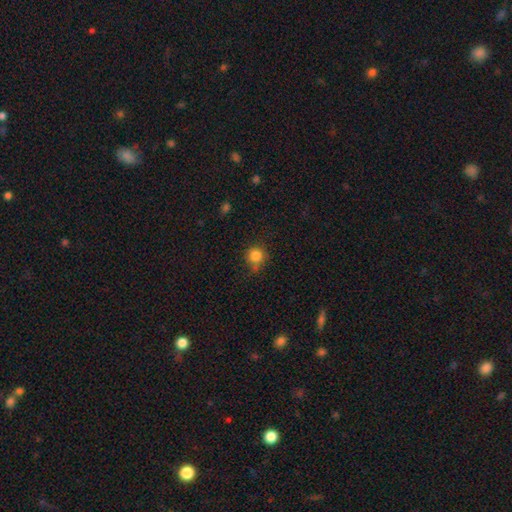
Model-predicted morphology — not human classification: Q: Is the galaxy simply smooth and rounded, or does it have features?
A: smooth — 83%.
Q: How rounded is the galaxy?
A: round — 92%.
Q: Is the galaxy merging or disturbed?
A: none — 73%.